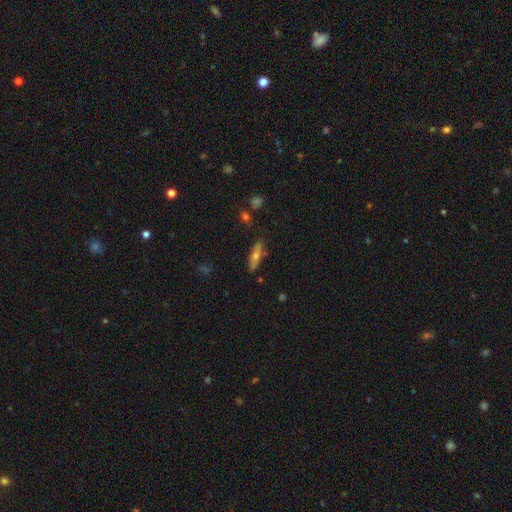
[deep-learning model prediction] smooth-or-featured: featured or disk: 47% | smooth: 45% | star or artifact: 9%
  merging: none: 83% | minor disturbance: 11% | merger: 3% | major disturbance: 2%